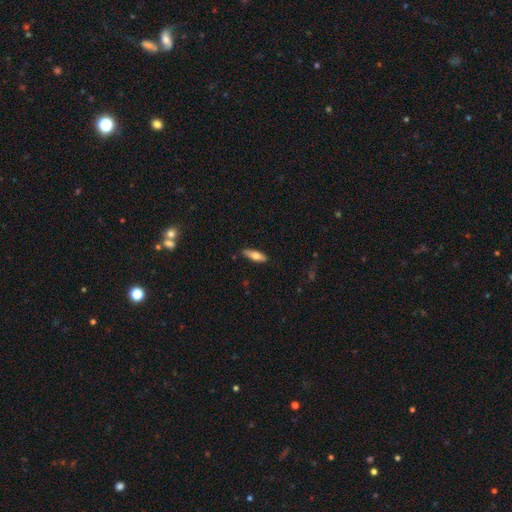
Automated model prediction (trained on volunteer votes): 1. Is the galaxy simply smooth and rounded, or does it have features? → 66% smooth, 29% featured or disk, 6% star or artifact.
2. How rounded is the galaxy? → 52% cigar-shaped, 46% in between, 2% round.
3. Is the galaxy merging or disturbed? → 86% none, 11% minor disturbance, 2% major disturbance, 1% merger.